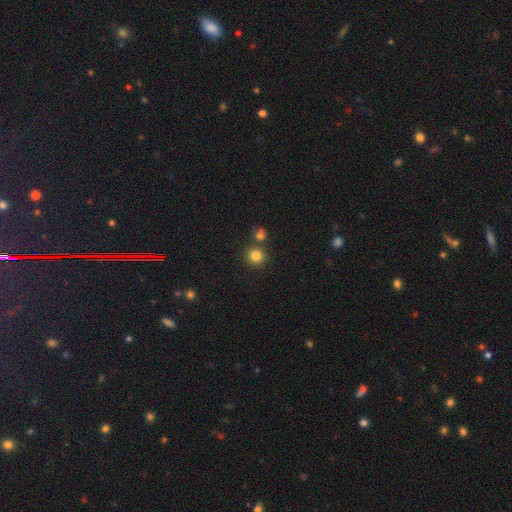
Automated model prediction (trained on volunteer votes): A smooth galaxy with no disk features (82%) that is round (93%). Merging: none (79%).